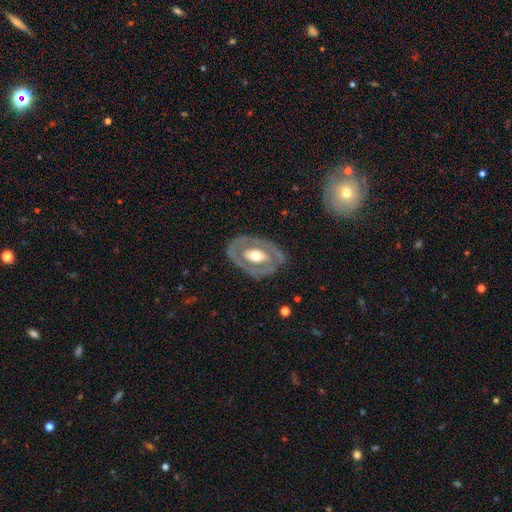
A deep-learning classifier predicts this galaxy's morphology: This is likely a featured or disk galaxy (68%). It is clearly not viewed edge-on (92%). Bar: likely no (61%). Spiral arm pattern: likely no (70%). Central bulge: likely moderate (65%). Merging: likely none (78%).